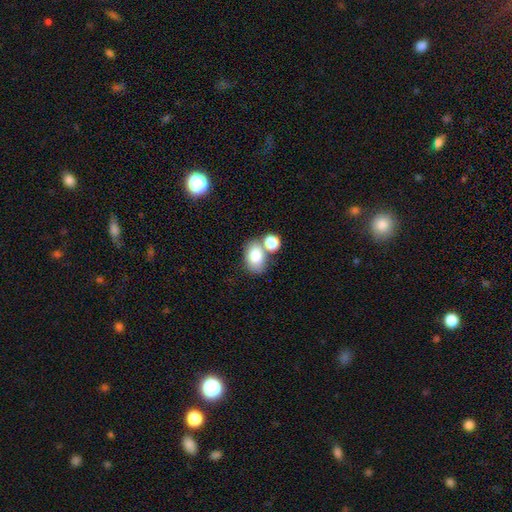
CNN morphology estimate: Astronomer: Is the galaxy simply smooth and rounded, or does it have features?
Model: smooth — 80%.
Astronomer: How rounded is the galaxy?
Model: in between — 78%.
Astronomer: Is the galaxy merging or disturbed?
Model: none — 44% (runner-up: merger, 40%).